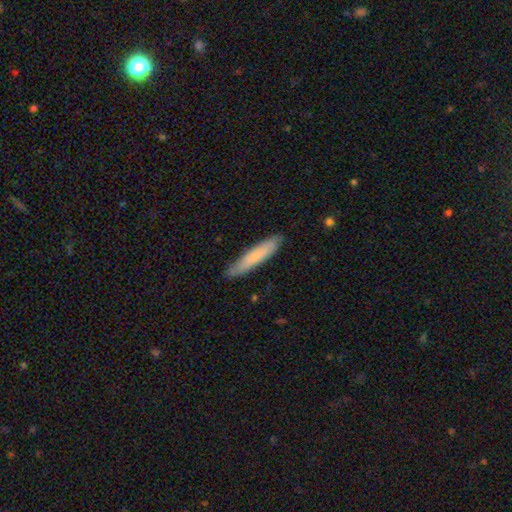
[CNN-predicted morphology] A smooth galaxy with no disk features (76%) that is cigar-shaped (90%). Merging: none (85%).